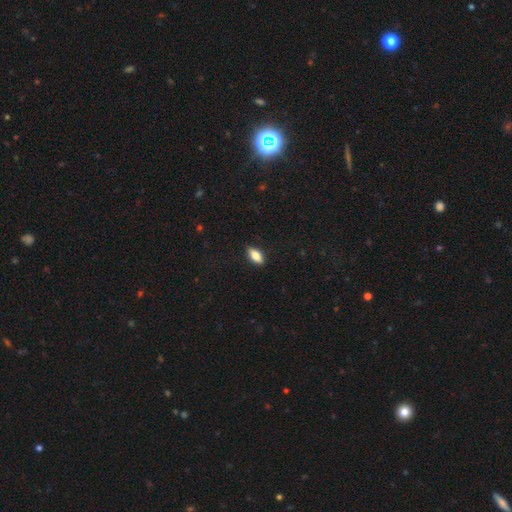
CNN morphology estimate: Overall: smooth (78%). How rounded: in between (83%). Merging: none (88%).